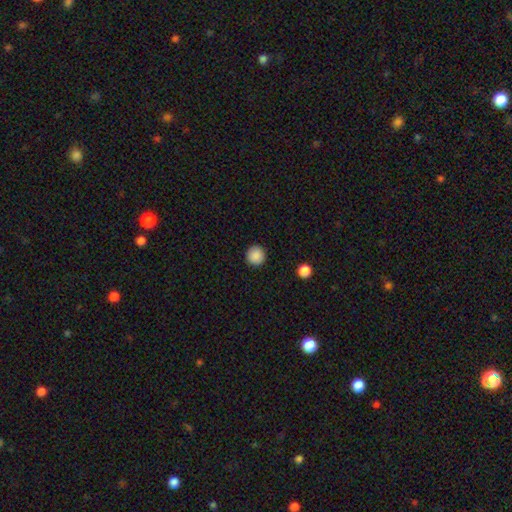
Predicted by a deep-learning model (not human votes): Smooth or featured? Predicted: smooth (p=0.89). How rounded? Predicted: round (p=0.95). Merging? Predicted: none (p=0.93).